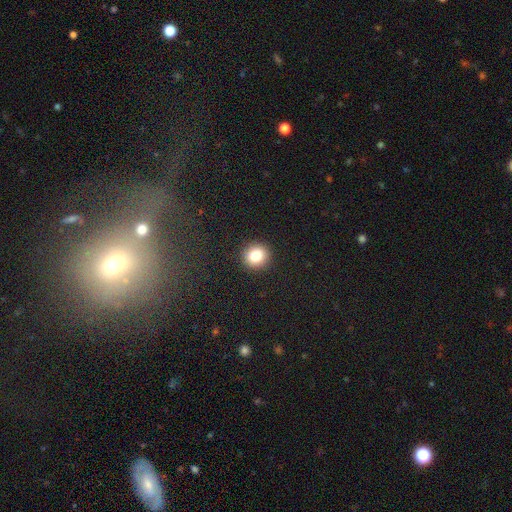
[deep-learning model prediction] Morphology: type=smooth (82%); roundness=round (90%); merging=none (92%).